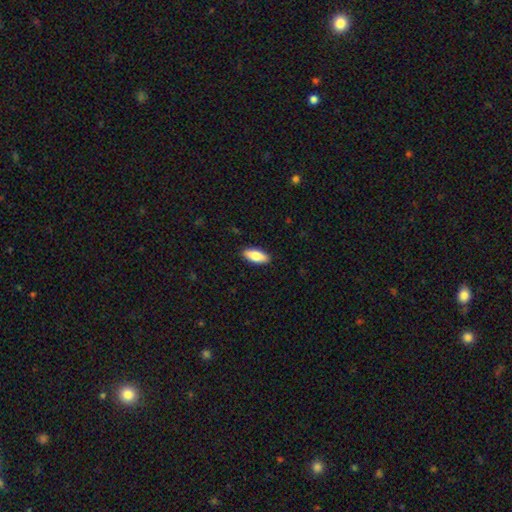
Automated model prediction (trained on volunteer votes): Morphology: type=smooth (82%); roundness=in between (80%); merging=none (90%).